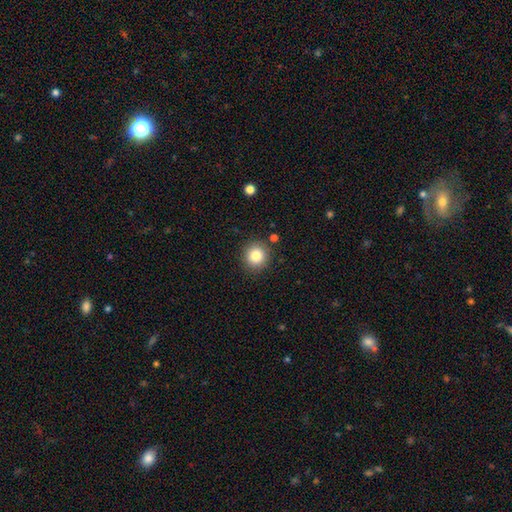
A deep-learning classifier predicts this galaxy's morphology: A smooth galaxy with no disk features (83%) that is round (91%). Merging: none (87%).